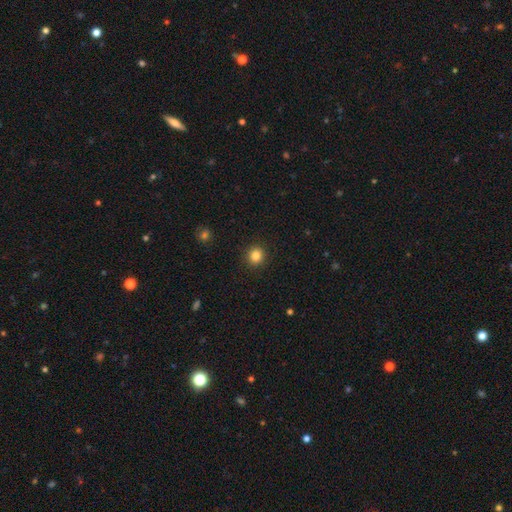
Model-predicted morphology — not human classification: This appears to be a smooth galaxy with no disk features (85%) that is round (91%). Merging: none (92%).